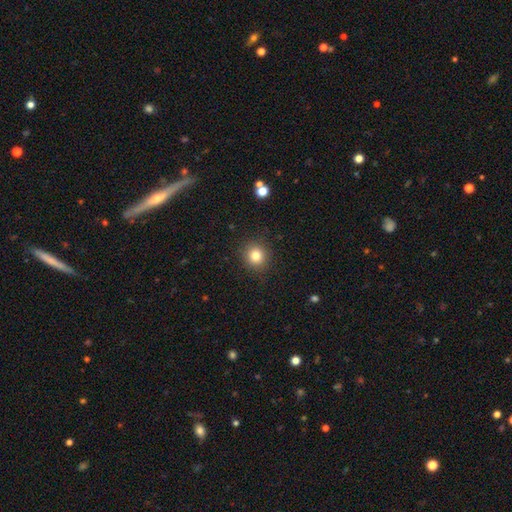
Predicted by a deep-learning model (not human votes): smooth-or-featured: smooth: 81% | star or artifact: 12% | featured or disk: 7%
  how-rounded: round: 89% | in between: 10% | cigar-shaped: 1%
  merging: none: 89% | minor disturbance: 7% | major disturbance: 2% | merger: 1%